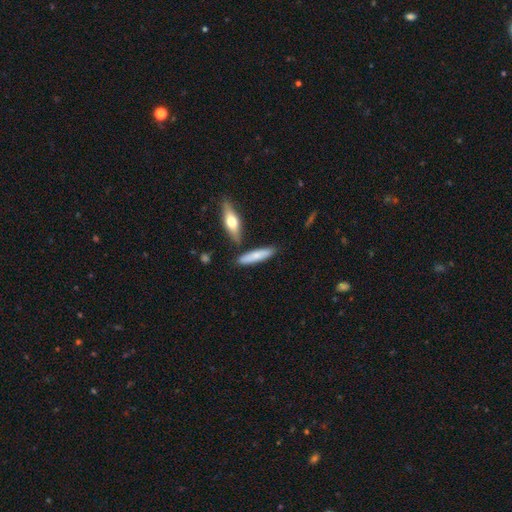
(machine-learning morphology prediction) A smooth galaxy with no disk features (73%) that is cigar-shaped (78%).

Vote fractions:
- Smooth or featured? smooth: 73% / featured or disk: 21% / star or artifact: 6%
- How rounded? cigar-shaped: 78% / in between: 20% / round: 2%
- Merging? none: 78% / minor disturbance: 12% / merger: 8% / major disturbance: 3%